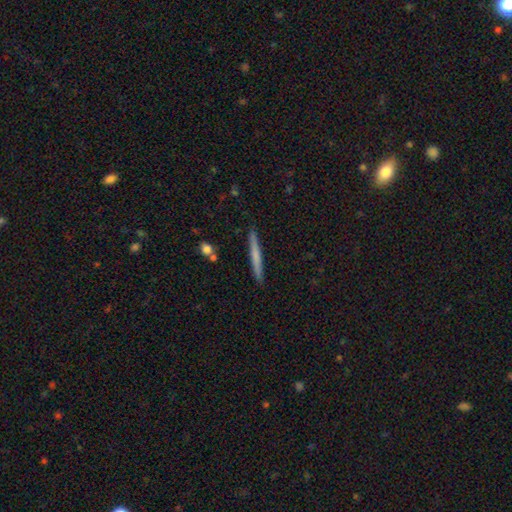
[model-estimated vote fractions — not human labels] The model was most divided on "smooth or featured": smooth: 58%, featured or disk: 36%, star or artifact: 6%. More confident: how rounded — cigar-shaped (96%); merging — none (90%).